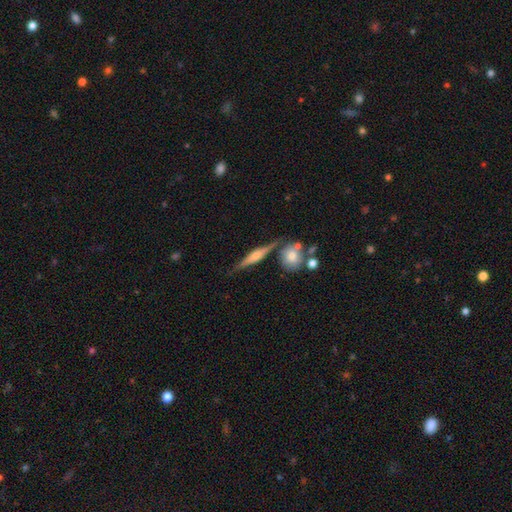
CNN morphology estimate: The model was most divided on "smooth or featured": featured or disk: 72%, smooth: 22%, star or artifact: 6%. More confident: edge-on disk — yes (96%); merging — none (79%); edge-on bulge — rounded (78%).